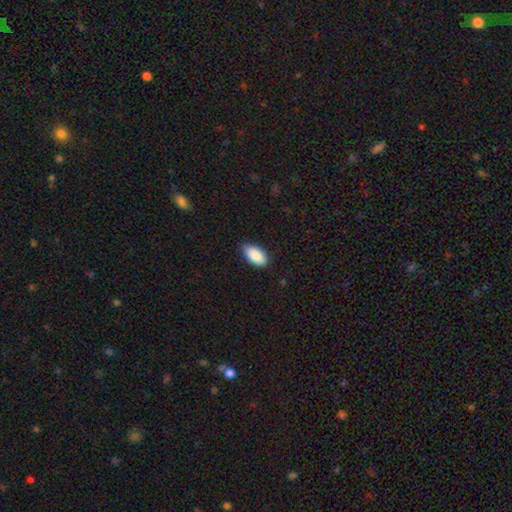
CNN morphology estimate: smooth-or-featured: smooth: 87% | featured or disk: 6% | star or artifact: 6%
  how-rounded: in between: 94% | round: 3% | cigar-shaped: 2%
  merging: none: 77% | minor disturbance: 19% | major disturbance: 2% | merger: 1%